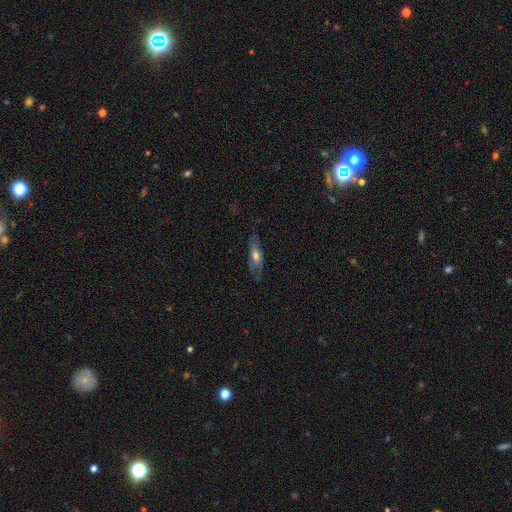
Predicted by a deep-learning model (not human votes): This appears to be a smooth galaxy with no disk features (48%). Merging: none (67%).